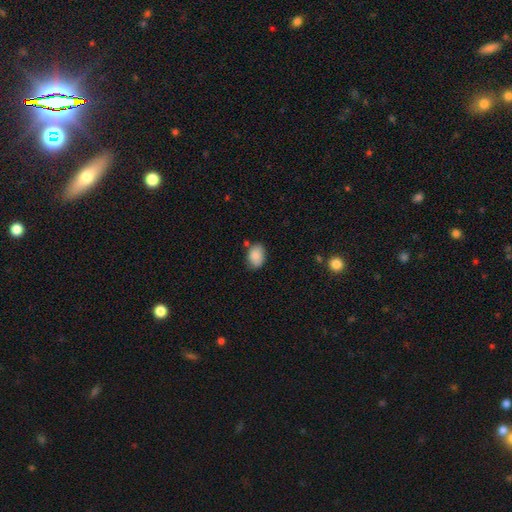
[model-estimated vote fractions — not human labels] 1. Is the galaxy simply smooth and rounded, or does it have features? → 88% smooth, 7% star or artifact, 5% featured or disk.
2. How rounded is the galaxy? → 82% in between, 17% round, 1% cigar-shaped.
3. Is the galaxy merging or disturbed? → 72% none, 19% minor disturbance, 5% merger, 4% major disturbance.